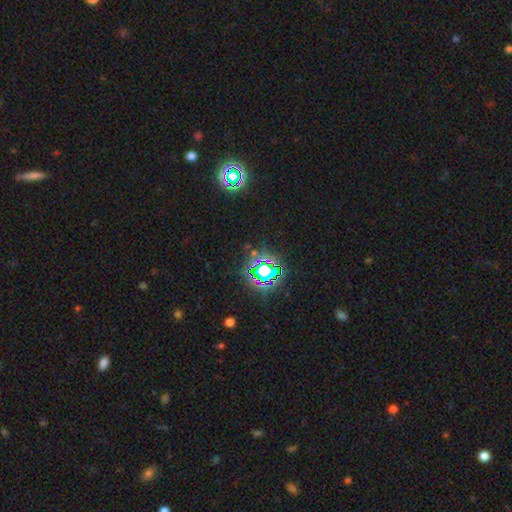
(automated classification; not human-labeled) This is likely a star or artifact rather than a galaxy (78%).